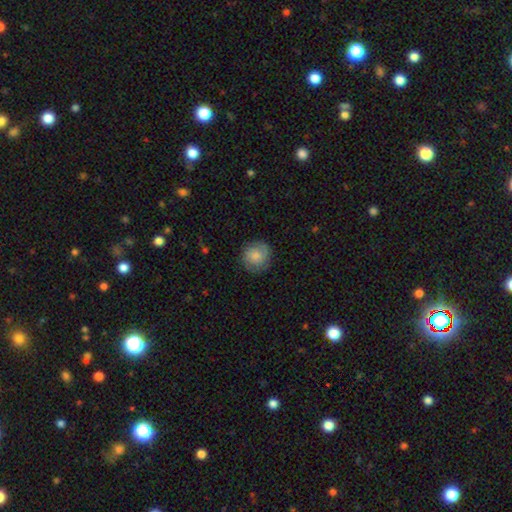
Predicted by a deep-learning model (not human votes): Smooth or featured?
  - smooth: 55% *
  - featured or disk: 37%
  - star or artifact: 7%
How rounded?
  - round: 90% *
  - in between: 9%
  - cigar-shaped: 1%
Merging?
  - none: 83% *
  - minor disturbance: 12%
  - major disturbance: 4%
  - merger: 1%